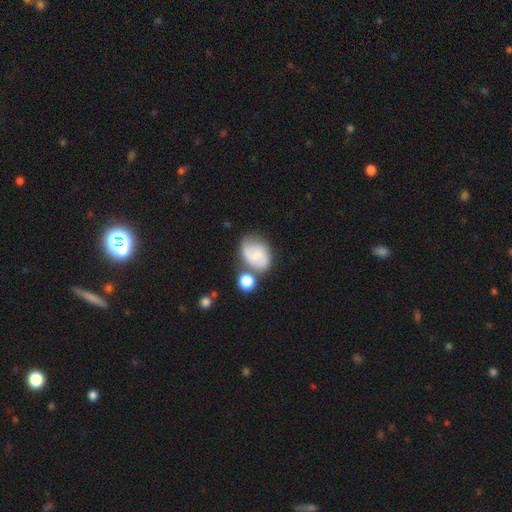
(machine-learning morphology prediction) A smooth galaxy with no disk features (50%) that is in between round and cigar-shaped (67%).

Vote fractions:
- Smooth or featured? smooth: 50% / featured or disk: 40% / star or artifact: 9%
- How rounded? in between: 67% / round: 31% / cigar-shaped: 1%
- Merging? none: 46% / minor disturbance: 24% / merger: 20% / major disturbance: 10%